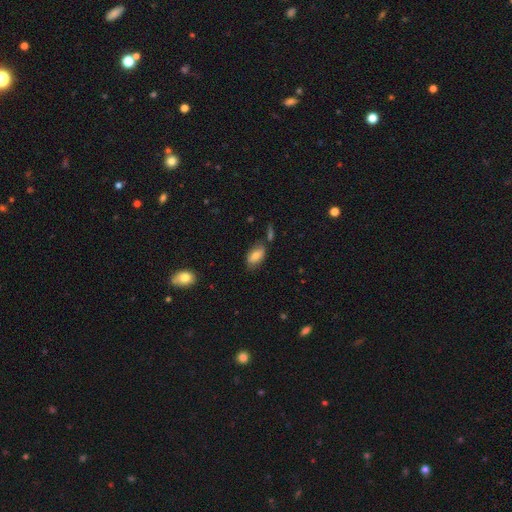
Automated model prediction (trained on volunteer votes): Morphology: type=smooth (76%); roundness=in between (92%); merging=none (65%).